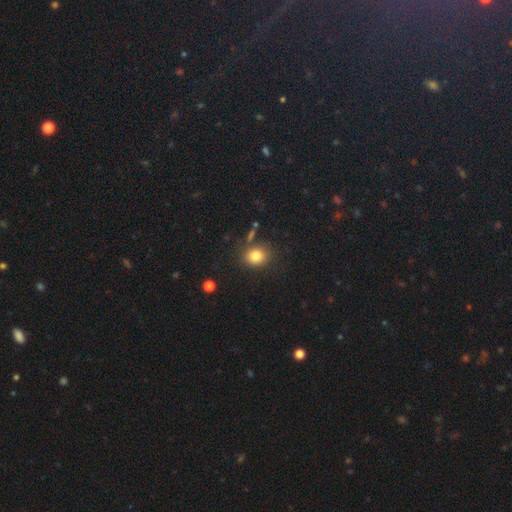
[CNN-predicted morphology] This appears to be a smooth galaxy with no disk features (81%) that is round (63%). Merging: none (79%).